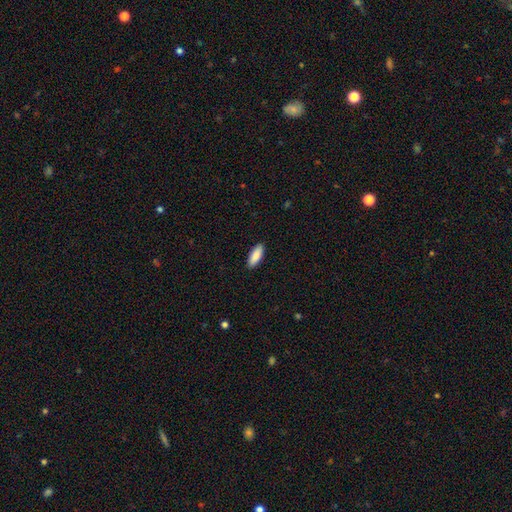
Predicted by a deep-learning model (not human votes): Morphology: type=smooth (88%); roundness=in between (71%); merging=none (90%).